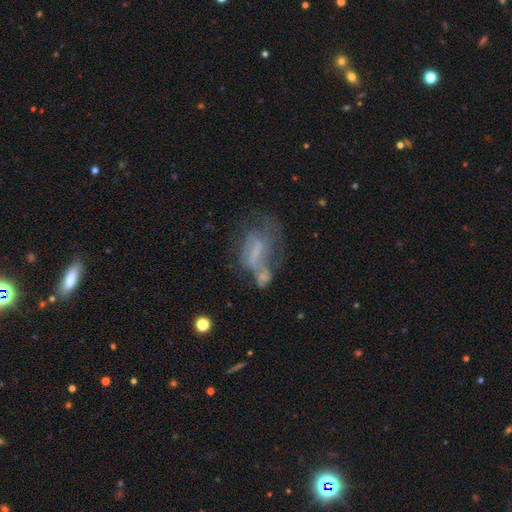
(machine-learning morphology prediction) smooth_or_featured: featured or disk (p=0.52) [alt: smooth p=0.31]
disk_edge_on: no (p=0.93) [alt: yes p=0.07]
merging: major disturbance (p=0.31) [alt: none p=0.26]